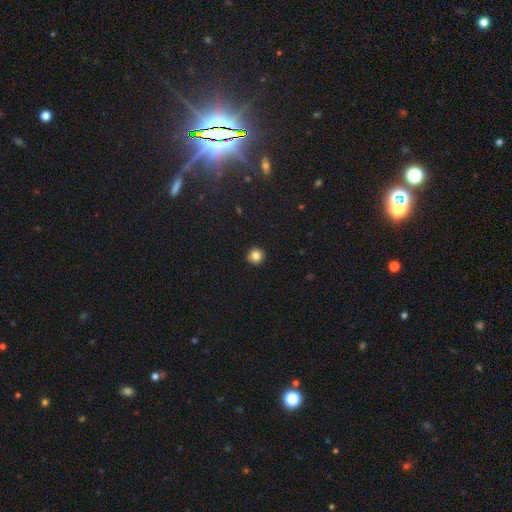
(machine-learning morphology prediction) Q: Smooth or featured?
A: smooth (84%); runner-up: star or artifact (11%)
Q: How rounded?
A: round (95%); runner-up: in between (4%)
Q: Merging?
A: none (92%); runner-up: minor disturbance (5%)